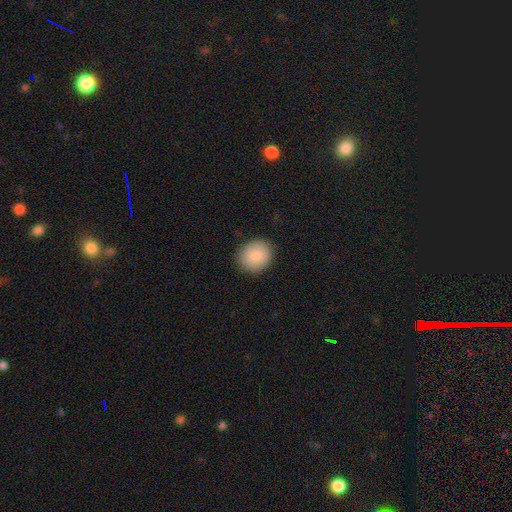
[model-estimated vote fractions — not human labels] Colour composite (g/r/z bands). It shows a smooth galaxy with no disk features (88%) that is round (76%). Merging: none (88%).